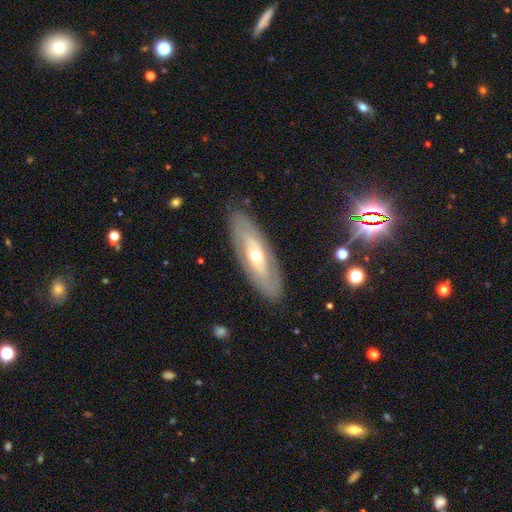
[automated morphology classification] type=featured or disk (63%); edge-on=no (76%); merging=none (84%).